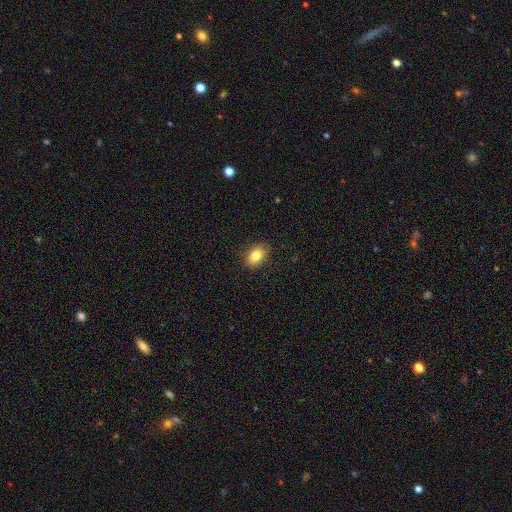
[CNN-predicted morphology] Smooth or featured: smooth — 83% (star or artifact — 9%)
How rounded: in between — 80% (round — 19%)
Merging: none — 86% (minor disturbance — 11%)